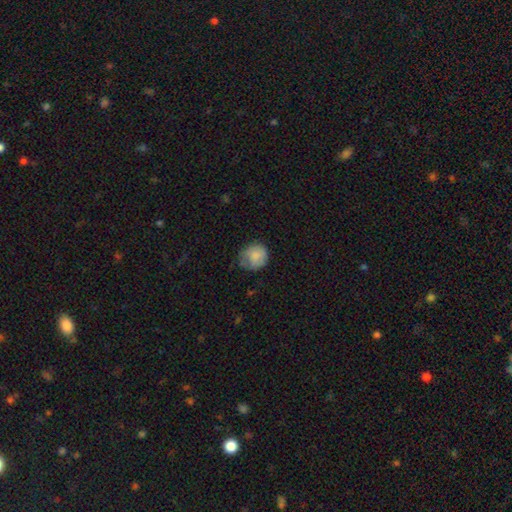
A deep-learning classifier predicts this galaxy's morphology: smooth_or_featured: smooth (p=0.80) [alt: featured or disk p=0.12]
how_rounded: round (p=0.81) [alt: in between p=0.18]
merging: none (p=0.55) [alt: minor disturbance p=0.33]